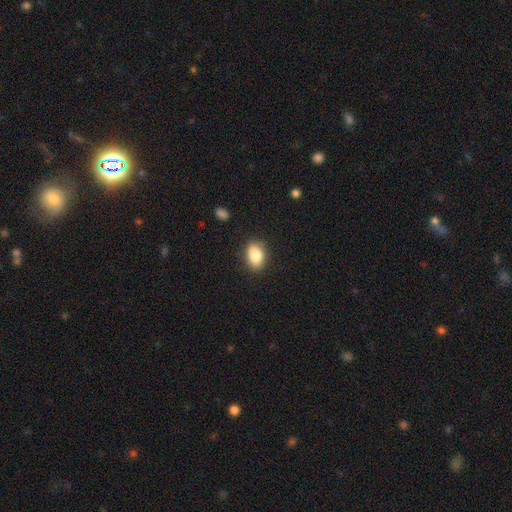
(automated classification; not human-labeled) A smooth galaxy with no disk features (84%) that is in between round and cigar-shaped (81%).

Vote fractions:
- Smooth or featured? smooth: 84% / star or artifact: 8% / featured or disk: 8%
- How rounded? in between: 81% / round: 17% / cigar-shaped: 2%
- Merging? none: 84% / minor disturbance: 12% / major disturbance: 3% / merger: 1%